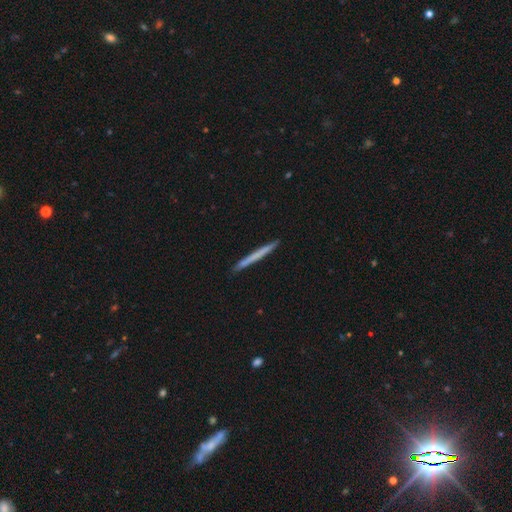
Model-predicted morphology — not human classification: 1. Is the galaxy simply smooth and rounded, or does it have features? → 59% smooth, 36% featured or disk, 5% star or artifact.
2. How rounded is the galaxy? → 97% cigar-shaped, 1% in between, 1% round.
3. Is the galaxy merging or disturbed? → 92% none, 5% minor disturbance, 1% major disturbance, 1% merger.